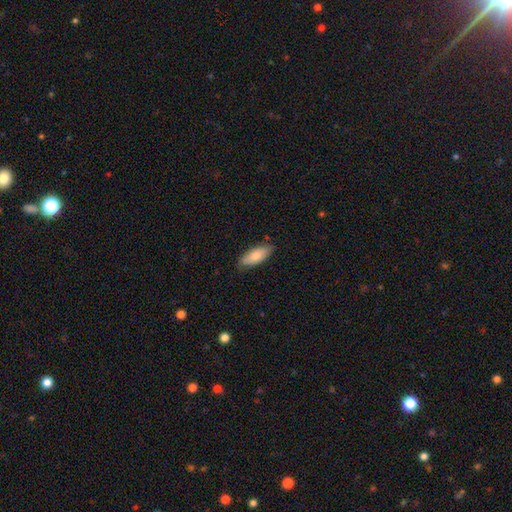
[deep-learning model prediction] This appears to be a smooth galaxy with no disk features (83%) that is in between round and cigar-shaped (76%). Merging: none (83%).